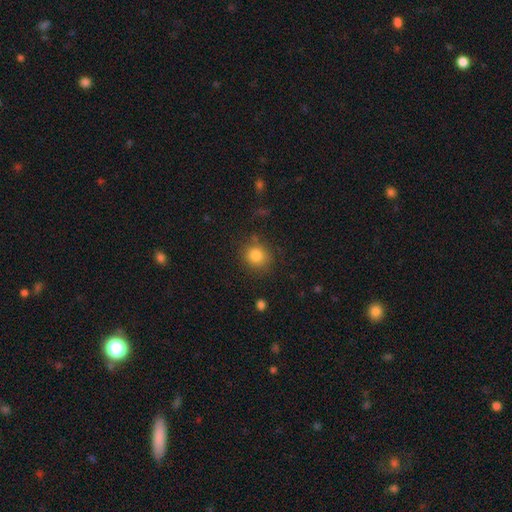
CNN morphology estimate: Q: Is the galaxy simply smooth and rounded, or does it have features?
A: smooth — 82%.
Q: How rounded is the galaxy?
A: round — 85%.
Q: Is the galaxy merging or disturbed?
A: none — 82%.